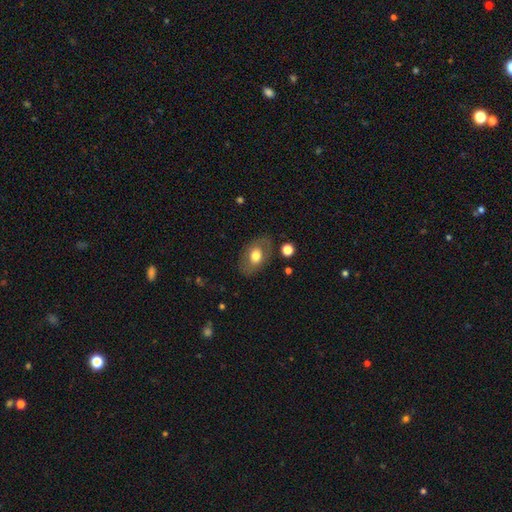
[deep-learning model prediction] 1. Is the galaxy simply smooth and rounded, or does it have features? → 61% smooth, 31% featured or disk, 7% star or artifact.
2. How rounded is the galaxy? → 82% in between, 17% round, 1% cigar-shaped.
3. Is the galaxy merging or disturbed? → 78% none, 14% minor disturbance, 6% major disturbance, 2% merger.